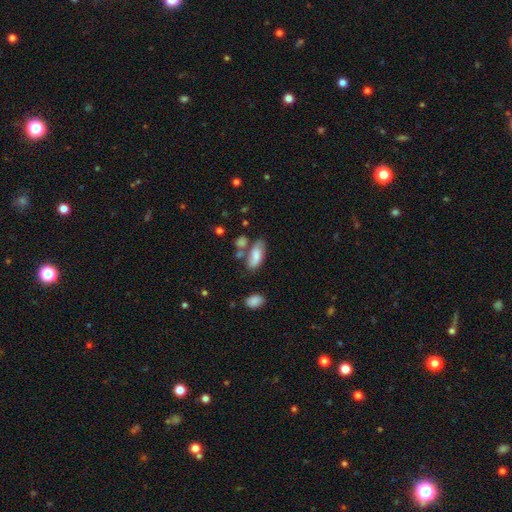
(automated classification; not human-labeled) Smooth or featured? Predicted: smooth (p=0.74). How rounded? Predicted: in between (p=0.83). Merging? Predicted: none (p=0.50).